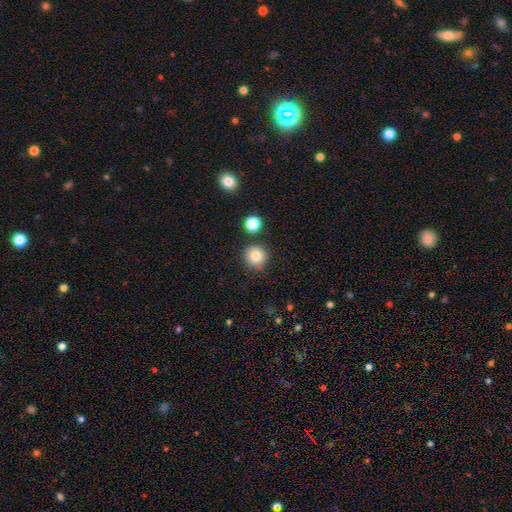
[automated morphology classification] A smooth galaxy with no disk features (84%) that is round (94%). Merging: none (85%).